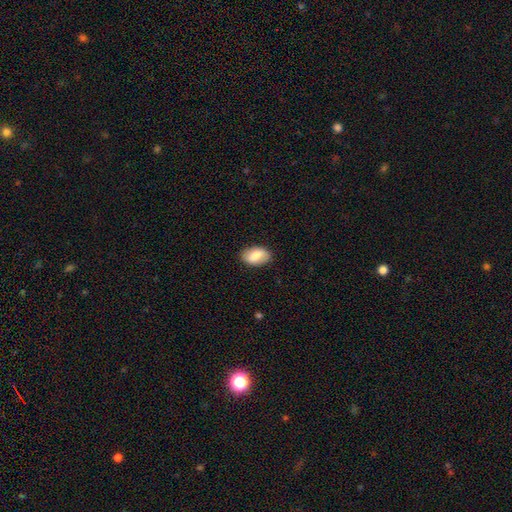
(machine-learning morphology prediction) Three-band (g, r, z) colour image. It shows a smooth galaxy with no disk features (74%) that is in between round and cigar-shaped (92%). Merging: none (85%).